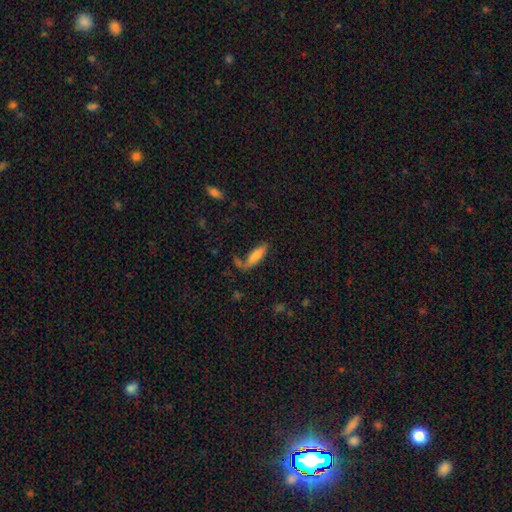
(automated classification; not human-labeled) Smooth or featured?
  - smooth: 76% *
  - featured or disk: 17%
  - star or artifact: 8%
How rounded?
  - cigar-shaped: 58% *
  - in between: 40%
  - round: 2%
Merging?
  - none: 58% *
  - minor disturbance: 19%
  - merger: 13%
  - major disturbance: 9%